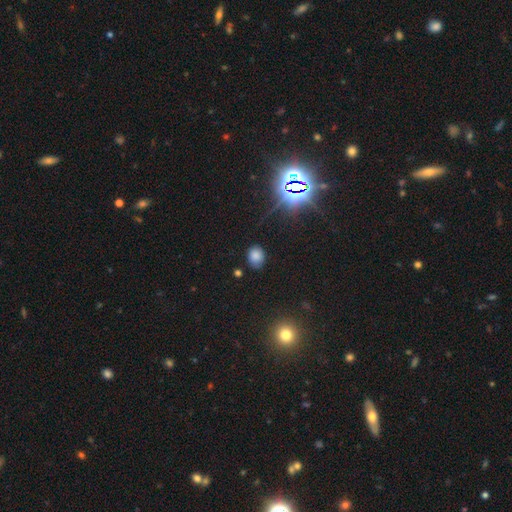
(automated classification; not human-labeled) smooth_or_featured: smooth (p=0.75) [alt: star or artifact p=0.19]
how_rounded: in between (p=0.52) [alt: round p=0.47]
merging: none (p=0.75) [alt: minor disturbance p=0.18]